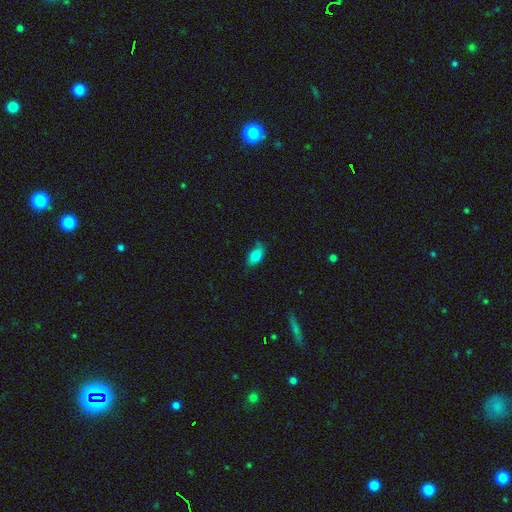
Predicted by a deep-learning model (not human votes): smooth 82%, featured or disk 9%, star or artifact 8%. Down the decision tree: how rounded — in between (89%); merging — none (71%).